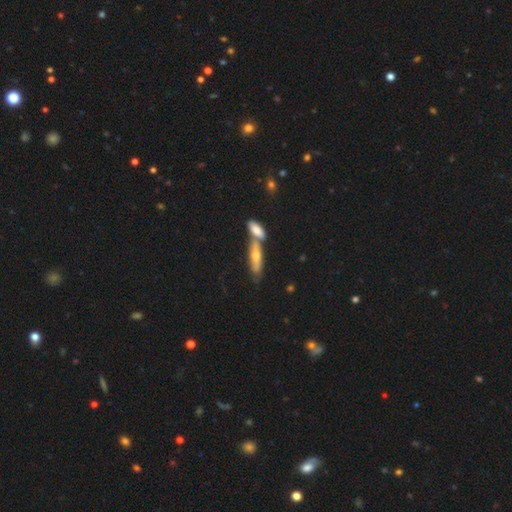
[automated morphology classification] Smooth or featured? Predicted: smooth (p=0.58). How rounded? Predicted: cigar-shaped (p=0.57). Merging? Predicted: merger (p=0.45).